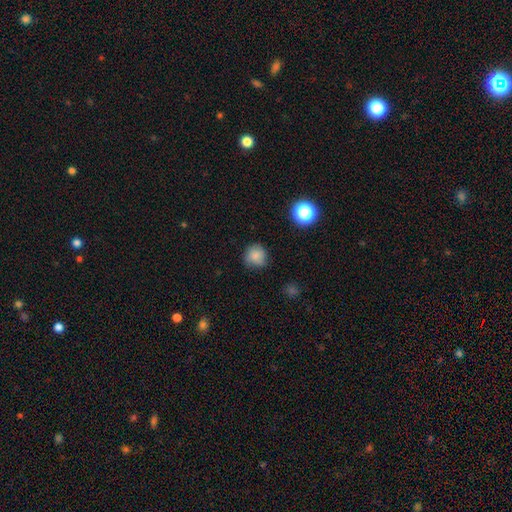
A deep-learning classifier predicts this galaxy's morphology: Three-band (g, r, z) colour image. It shows a smooth galaxy with no disk features (81%) that is round (88%). Merging: none (73%).